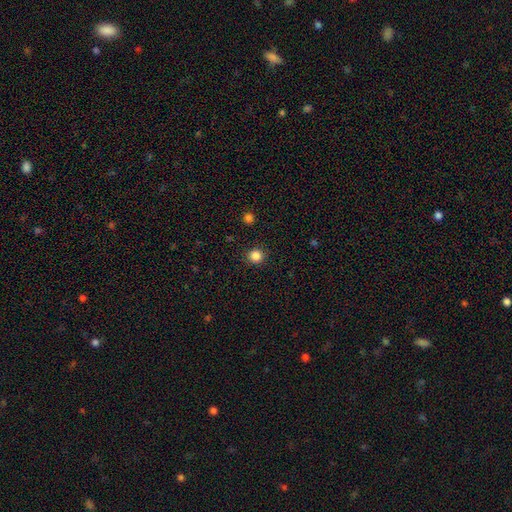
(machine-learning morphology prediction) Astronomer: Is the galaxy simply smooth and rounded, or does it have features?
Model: smooth — 85%.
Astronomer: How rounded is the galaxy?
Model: round — 93%.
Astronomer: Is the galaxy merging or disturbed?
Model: none — 92%.